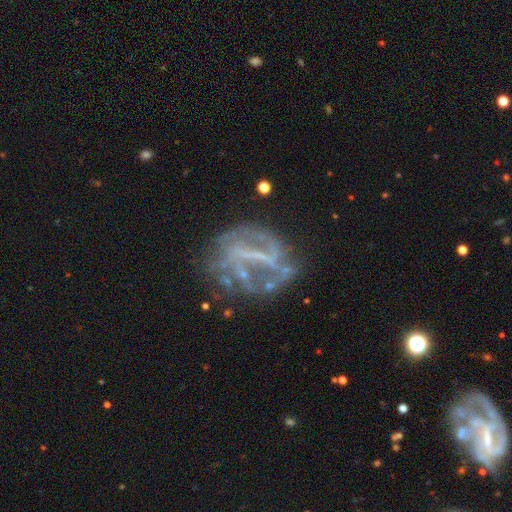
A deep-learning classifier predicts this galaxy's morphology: featured or disk 76%, star or artifact 12%, smooth 12%. Down the decision tree: edge-on disk — no (96%); bar — strong (52%); spiral arms — yes (55%); bulge size — none (60%); merging — none (55%).